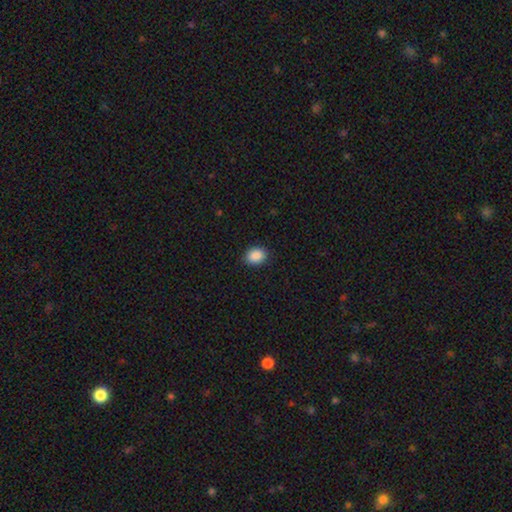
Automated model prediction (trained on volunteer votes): Smooth or featured?
  - smooth: 90% *
  - star or artifact: 8%
  - featured or disk: 3%
How rounded?
  - in between: 66% *
  - round: 33%
  - cigar-shaped: 1%
Merging?
  - none: 89% *
  - minor disturbance: 8%
  - major disturbance: 2%
  - merger: 1%